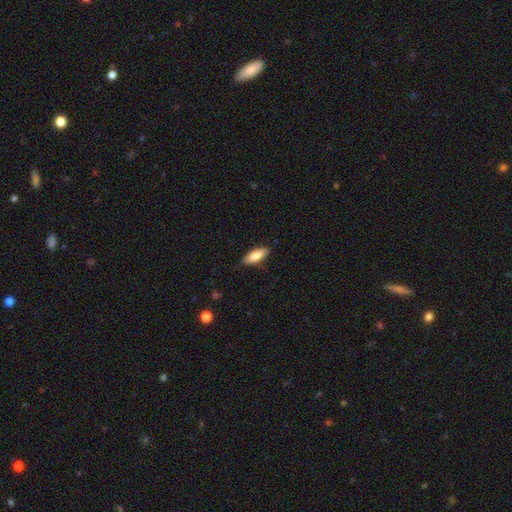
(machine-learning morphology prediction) Smooth or featured?
  - smooth: 76% *
  - featured or disk: 18%
  - star or artifact: 6%
How rounded?
  - in between: 67% *
  - cigar-shaped: 31%
  - round: 2%
Merging?
  - none: 85% *
  - minor disturbance: 12%
  - major disturbance: 2%
  - merger: 1%